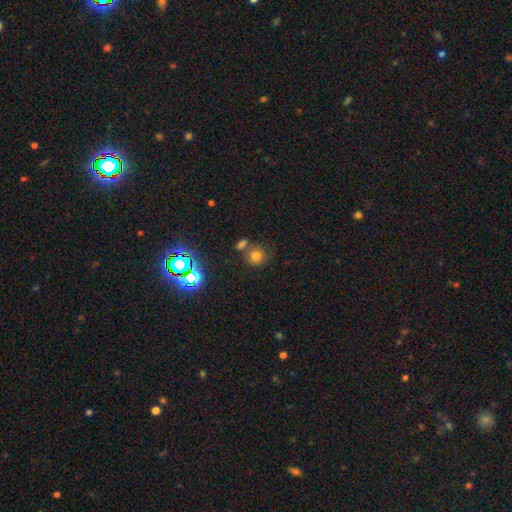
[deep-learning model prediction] A smooth galaxy with no disk features (71%) that is round (85%).

Vote fractions:
- Smooth or featured? smooth: 71% / star or artifact: 20% / featured or disk: 9%
- How rounded? round: 85% / in between: 14% / cigar-shaped: 1%
- Merging? none: 59% / merger: 24% / minor disturbance: 12% / major disturbance: 5%